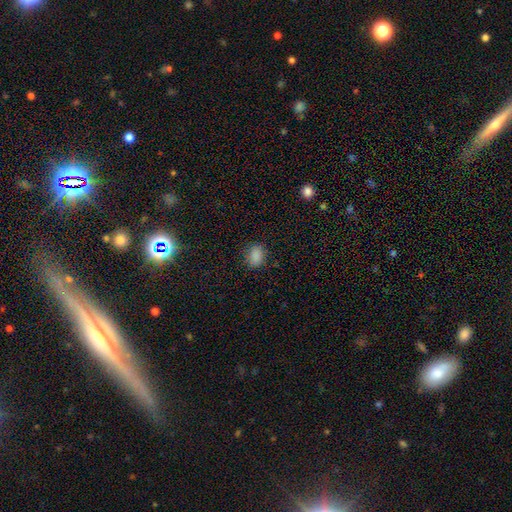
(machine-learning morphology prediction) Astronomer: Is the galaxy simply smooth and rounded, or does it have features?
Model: smooth — 86%.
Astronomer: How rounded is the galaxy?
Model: in between — 68%.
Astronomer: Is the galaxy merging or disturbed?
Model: none — 83%.